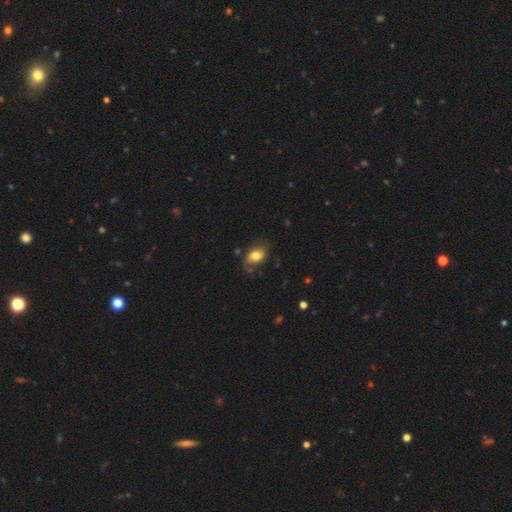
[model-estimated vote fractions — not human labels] Smooth or featured?
  - smooth: 76% *
  - featured or disk: 16%
  - star or artifact: 8%
How rounded?
  - in between: 83% *
  - round: 16%
  - cigar-shaped: 1%
Merging?
  - none: 69% *
  - minor disturbance: 22%
  - major disturbance: 6%
  - merger: 3%